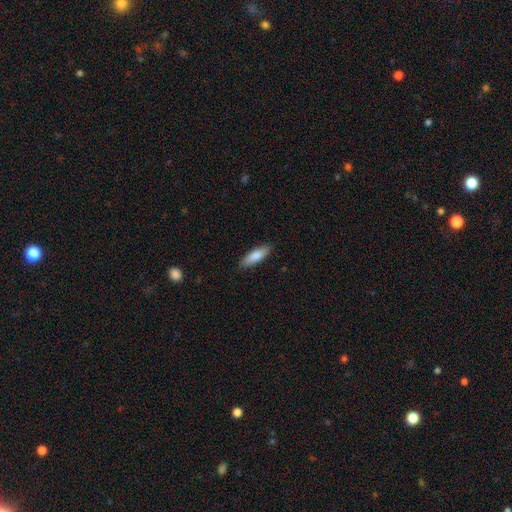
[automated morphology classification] type=smooth (82%); roundness=cigar-shaped (52%); merging=none (87%).